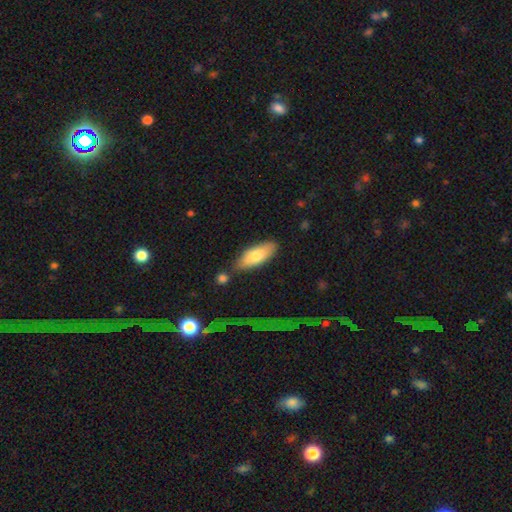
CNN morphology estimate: Smooth or featured?
  - smooth: 77% *
  - featured or disk: 18%
  - star or artifact: 6%
How rounded?
  - in between: 74% *
  - cigar-shaped: 24%
  - round: 2%
Merging?
  - none: 75% *
  - minor disturbance: 15%
  - merger: 6%
  - major disturbance: 3%